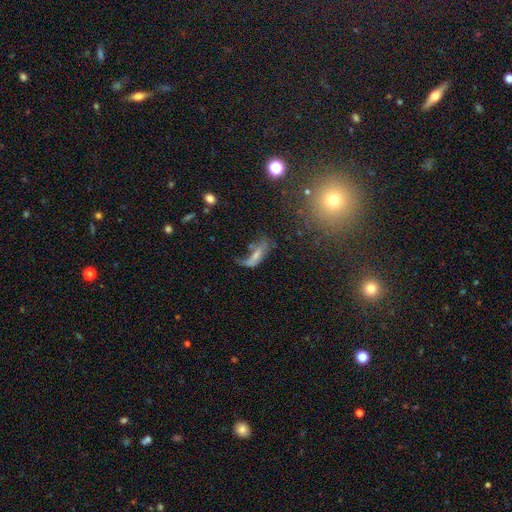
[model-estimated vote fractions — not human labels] This appears to be a smooth galaxy with no disk features (46%). Merging: major disturbance (45%).